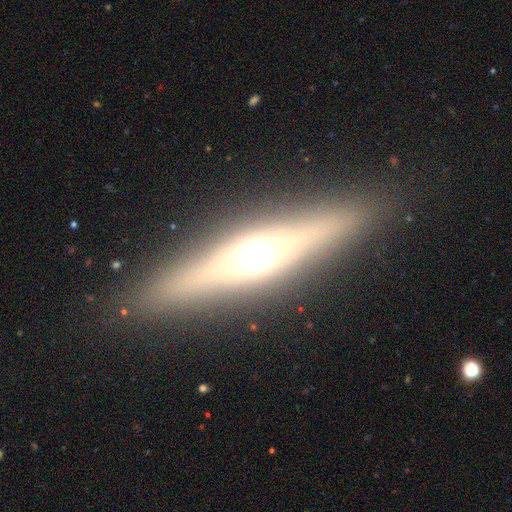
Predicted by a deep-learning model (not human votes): Overall: featured or disk (63%; smooth 27%). Edge-on disk: yes (90%). Edge-on bulge: rounded (92%). Merging: none (88%).